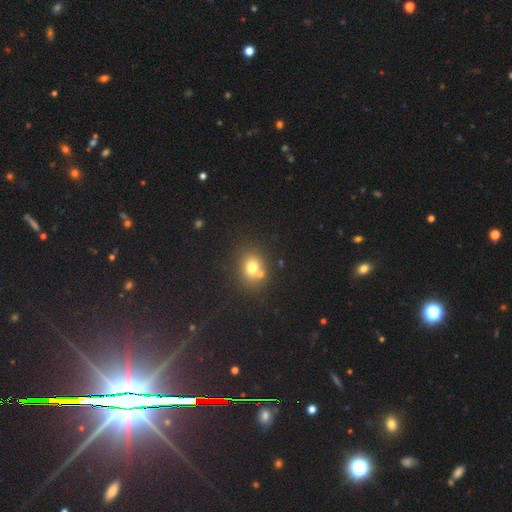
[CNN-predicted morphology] This appears to be a smooth galaxy with no disk features (57%) that is round (62%). Merging: none (77%).